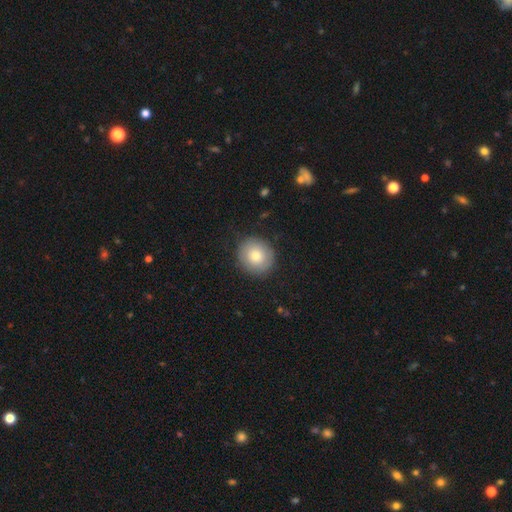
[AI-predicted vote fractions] Smooth or featured? Predicted: smooth (p=0.77). How rounded? Predicted: round (p=0.86). Merging? Predicted: none (p=0.86).